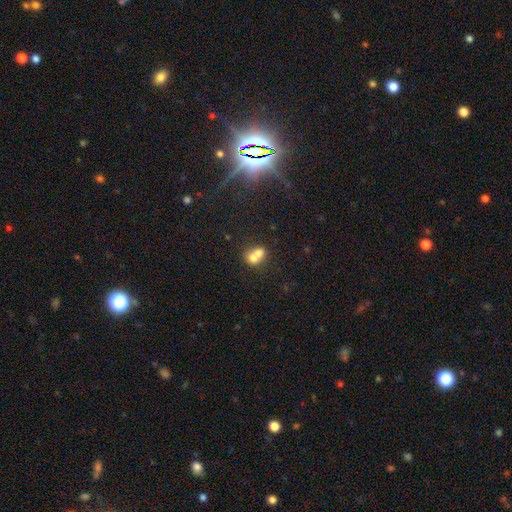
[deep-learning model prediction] The model was most divided on "how rounded": round: 64%, in between: 35%, cigar-shaped: 1%. More confident: merging — merger (70%); smooth or featured — smooth (66%).